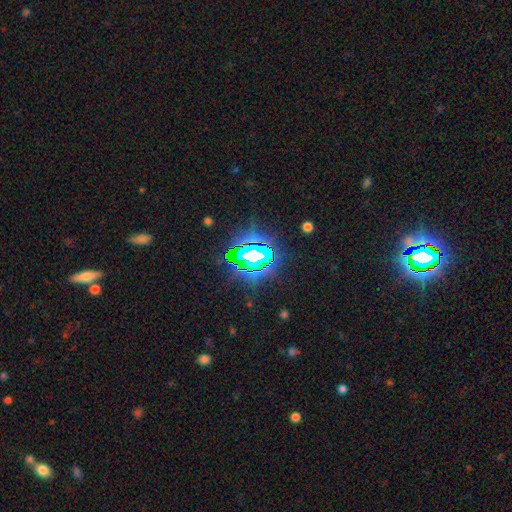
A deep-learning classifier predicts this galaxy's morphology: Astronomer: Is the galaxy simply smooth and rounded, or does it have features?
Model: star or artifact — 74%.